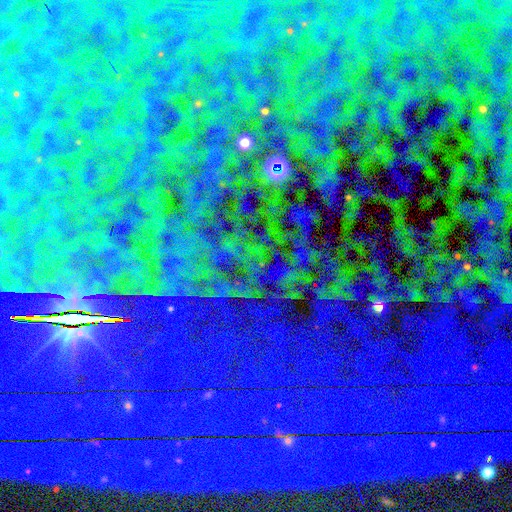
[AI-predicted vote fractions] smooth_or_featured: star or artifact (p=0.85) [alt: featured or disk p=0.08]